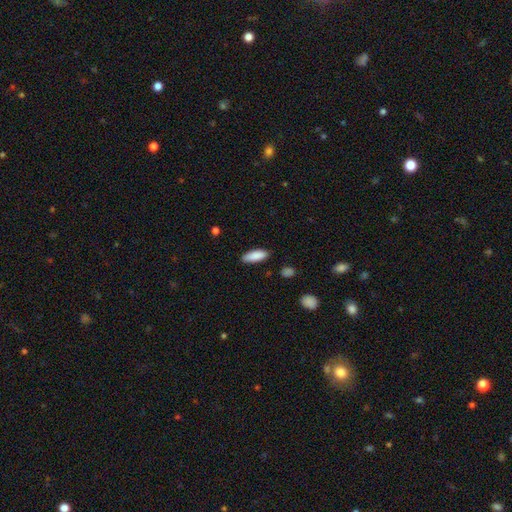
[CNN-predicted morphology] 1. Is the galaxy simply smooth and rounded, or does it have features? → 88% smooth, 6% star or artifact, 6% featured or disk.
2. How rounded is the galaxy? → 65% in between, 33% cigar-shaped, 2% round.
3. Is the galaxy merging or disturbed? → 85% none, 11% minor disturbance, 2% major disturbance, 2% merger.